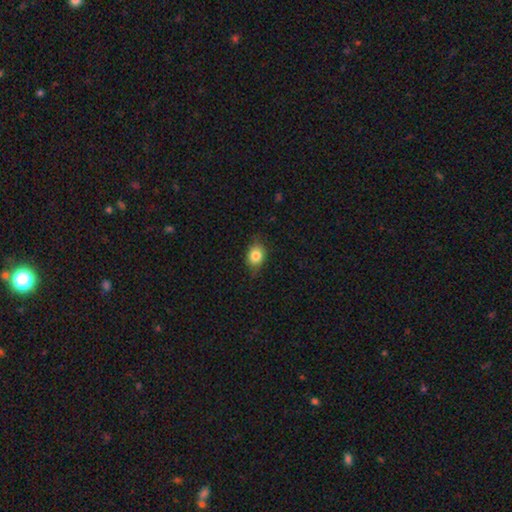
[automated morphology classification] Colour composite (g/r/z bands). It shows a smooth galaxy with no disk features (82%) that is in between round and cigar-shaped (58%). Merging: none (75%).